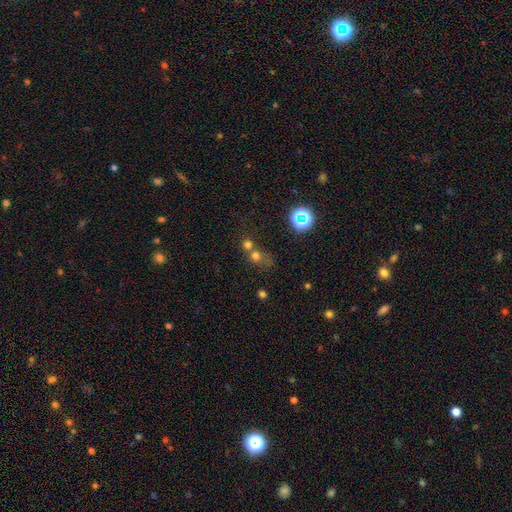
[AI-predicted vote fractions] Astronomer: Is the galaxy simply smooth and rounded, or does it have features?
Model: smooth — 63%.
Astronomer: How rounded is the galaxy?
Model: round — 77%.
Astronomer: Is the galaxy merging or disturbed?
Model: merger — 50% (runner-up: none, 36%).